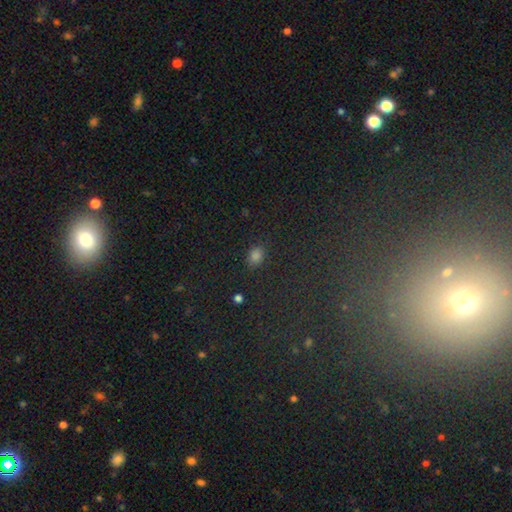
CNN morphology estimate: This is likely a smooth galaxy (79%). How rounded: likely in between (62%). Merging: clearly none (86%).